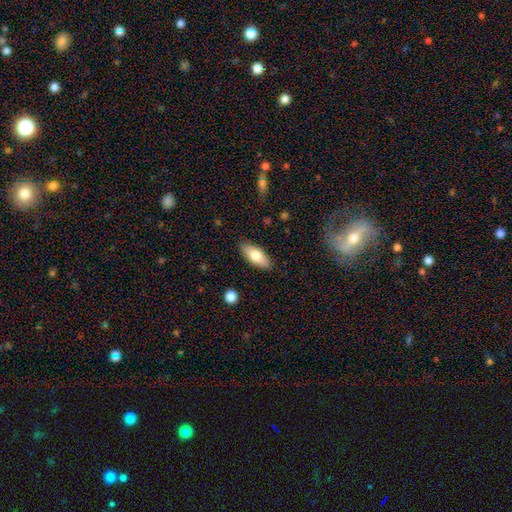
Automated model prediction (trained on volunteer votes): The model was most divided on "smooth or featured": smooth: 76%, featured or disk: 17%, star or artifact: 6%. More confident: merging — none (86%); how rounded — in between (85%).